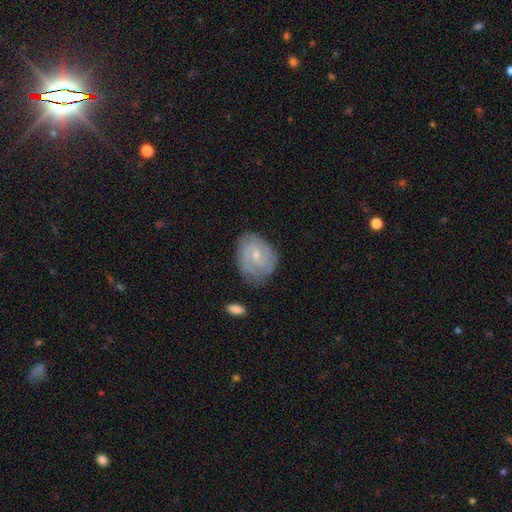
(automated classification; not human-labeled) Smooth or featured? featured or disk (71%)
Edge-on disk? no (97%)
Bar? weak (52%)
Spiral arms? yes (89%)
Spiral winding? tight (57%)
Spiral arm count? 2 (37%)
Bulge size? small (67%)
Merging? none (69%)